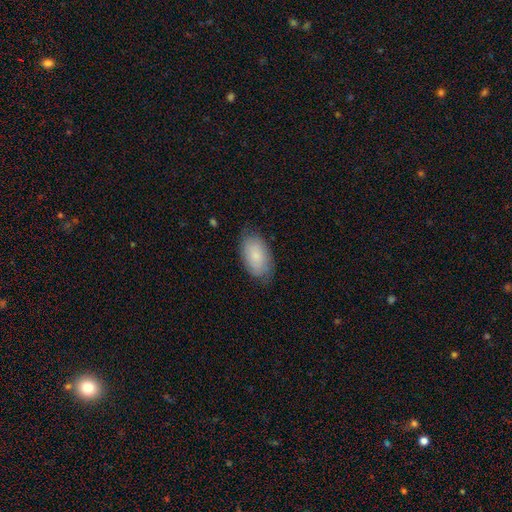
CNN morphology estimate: The model was most divided on "merging": none: 76%, minor disturbance: 19%, major disturbance: 4%, merger: 1%. More confident: how rounded — in between (94%); smooth or featured — smooth (77%).